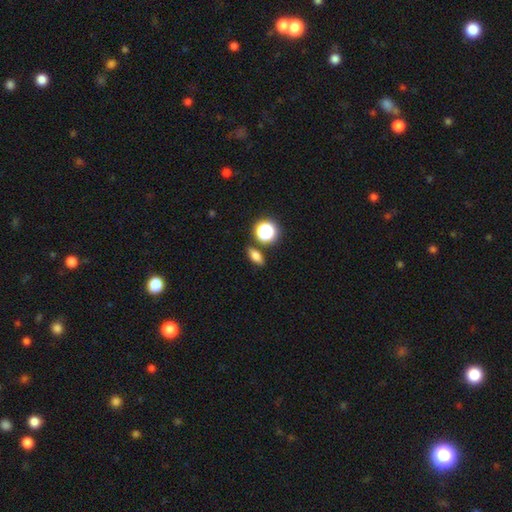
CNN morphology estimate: Smooth or featured? smooth (73%)
How rounded? in between (67%)
Merging? none (81%)